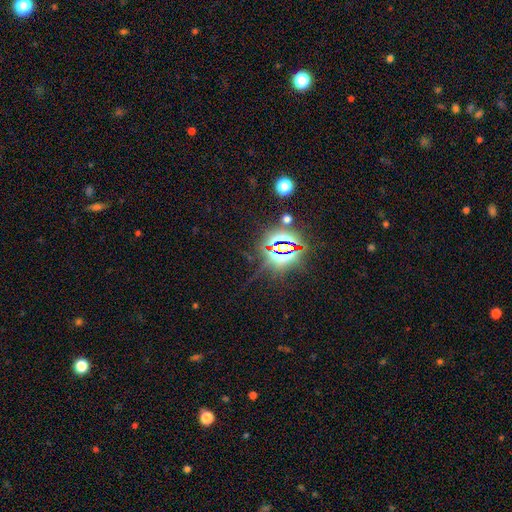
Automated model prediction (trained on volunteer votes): Smooth or featured?
  - star or artifact: 84% *
  - smooth: 10%
  - featured or disk: 7%